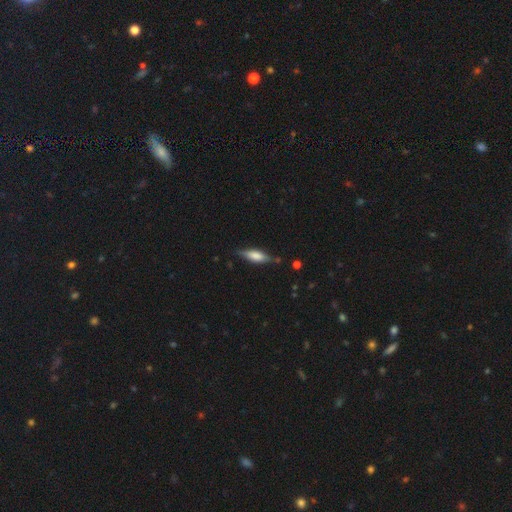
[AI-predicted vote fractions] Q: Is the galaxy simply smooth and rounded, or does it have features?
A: smooth — 55%.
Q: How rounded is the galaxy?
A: in between — 52%.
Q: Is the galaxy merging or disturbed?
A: none — 75%.